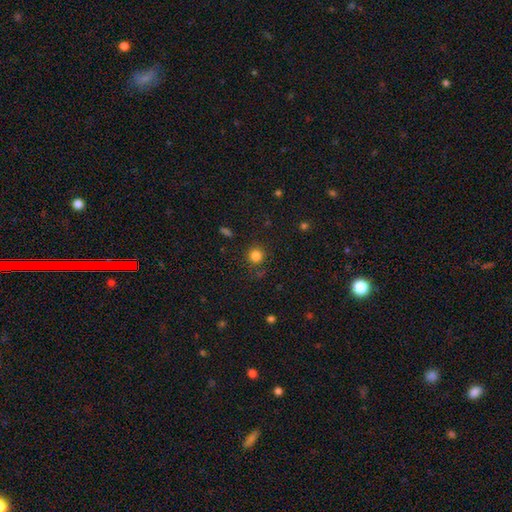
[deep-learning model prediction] Smooth or featured? Predicted: smooth (p=0.82). How rounded? Predicted: round (p=0.92). Merging? Predicted: none (p=0.84).